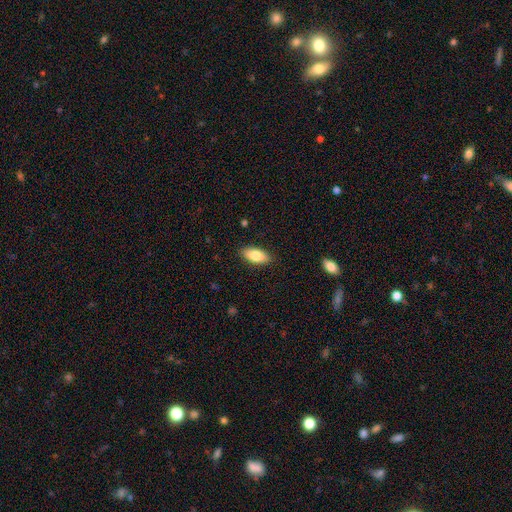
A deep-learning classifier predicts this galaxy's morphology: smooth_or_featured: smooth (p=0.83) [alt: featured or disk p=0.11]
how_rounded: in between (p=0.88) [alt: cigar-shaped p=0.10]
merging: none (p=0.88) [alt: minor disturbance p=0.09]